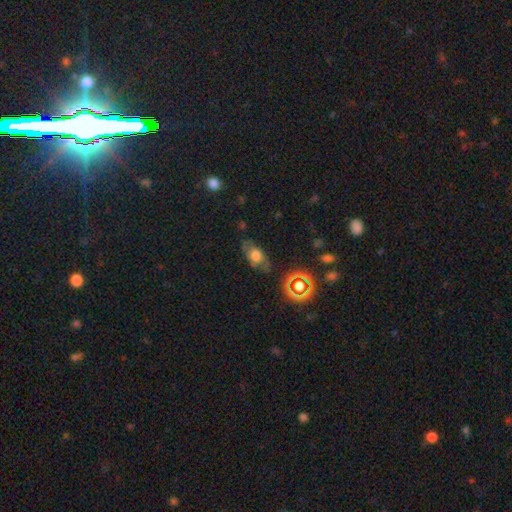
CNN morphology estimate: Smooth or featured?
  - smooth: 57% *
  - featured or disk: 28%
  - star or artifact: 14%
How rounded?
  - in between: 76% *
  - round: 15%
  - cigar-shaped: 9%
Merging?
  - none: 72% *
  - minor disturbance: 19%
  - major disturbance: 6%
  - merger: 2%